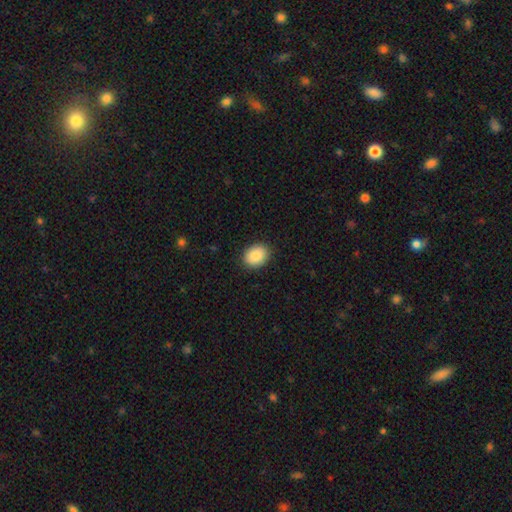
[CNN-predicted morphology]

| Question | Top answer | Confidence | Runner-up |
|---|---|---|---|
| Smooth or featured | smooth | 89% | star or artifact (7%) |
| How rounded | in between | 66% | round (33%) |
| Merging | none | 89% | minor disturbance (8%) |